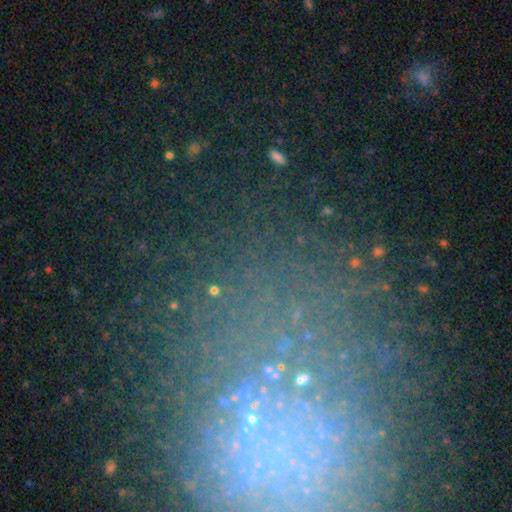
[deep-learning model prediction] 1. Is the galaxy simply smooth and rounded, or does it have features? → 55% star or artifact, 25% featured or disk, 20% smooth.